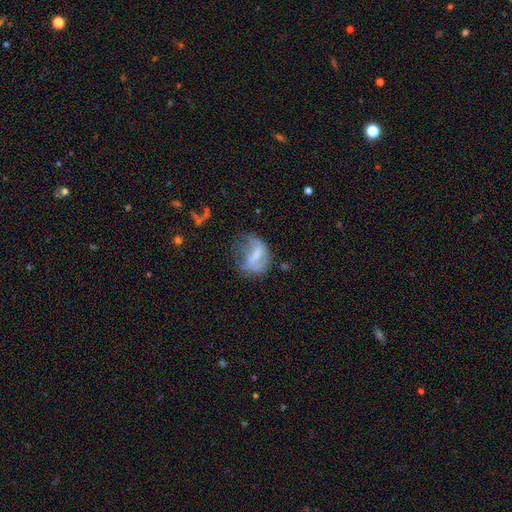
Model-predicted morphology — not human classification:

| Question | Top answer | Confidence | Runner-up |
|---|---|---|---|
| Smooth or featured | featured or disk | 48% | smooth (42%) |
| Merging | major disturbance | 34% | none (33%) |